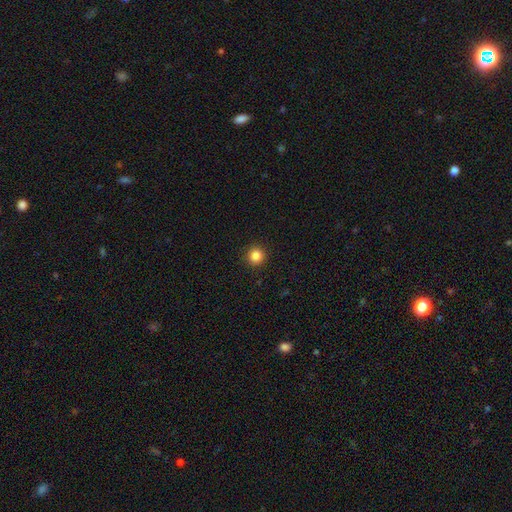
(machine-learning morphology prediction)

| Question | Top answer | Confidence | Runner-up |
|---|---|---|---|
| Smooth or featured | smooth | 86% | star or artifact (11%) |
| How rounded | round | 94% | in between (5%) |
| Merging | none | 92% | minor disturbance (5%) |